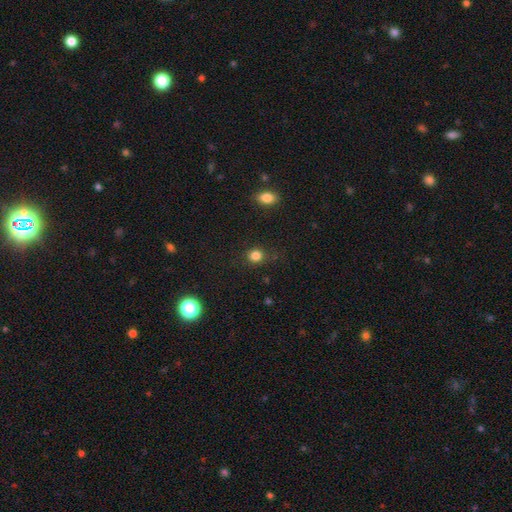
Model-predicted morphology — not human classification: Overall: smooth (83%). How rounded: round (82%). Merging: none (82%).